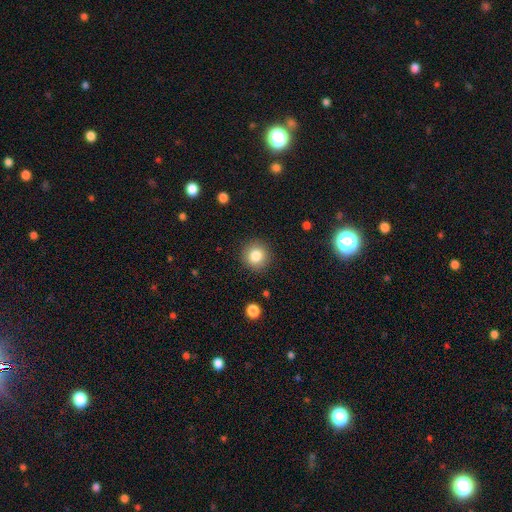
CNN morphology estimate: Smooth or featured?
  - smooth: 83% *
  - star or artifact: 10%
  - featured or disk: 7%
How rounded?
  - round: 93% *
  - in between: 6%
  - cigar-shaped: 1%
Merging?
  - none: 90% *
  - minor disturbance: 7%
  - major disturbance: 2%
  - merger: 1%